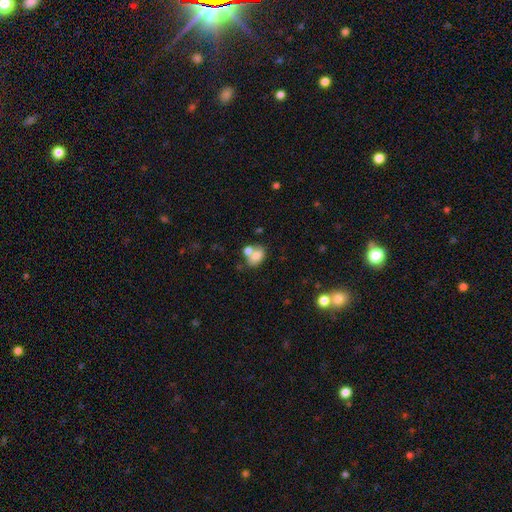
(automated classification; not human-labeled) This appears to be a smooth galaxy with no disk features (75%) that is in between round and cigar-shaped (76%). Merging: merger (43%).